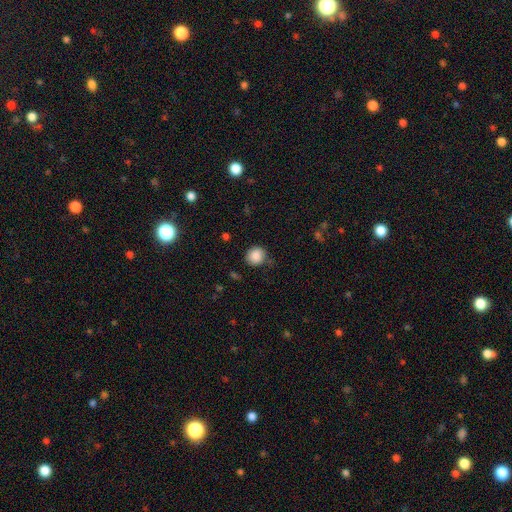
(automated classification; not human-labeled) This is clearly a smooth galaxy (87%). How rounded: clearly round (87%). Merging: likely none (78%).